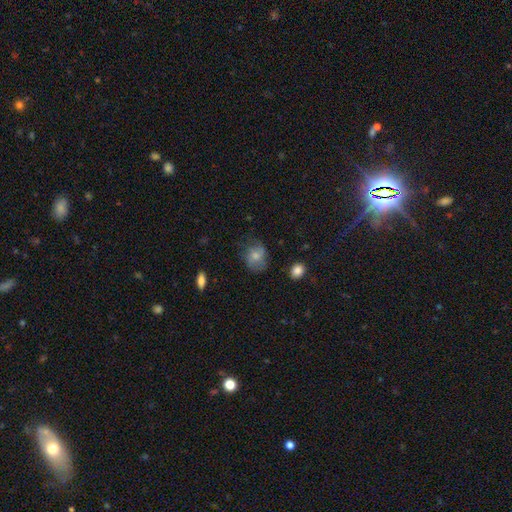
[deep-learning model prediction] This is likely a smooth galaxy (67%). How rounded: possibly round (56%). Merging: possibly none (58%).